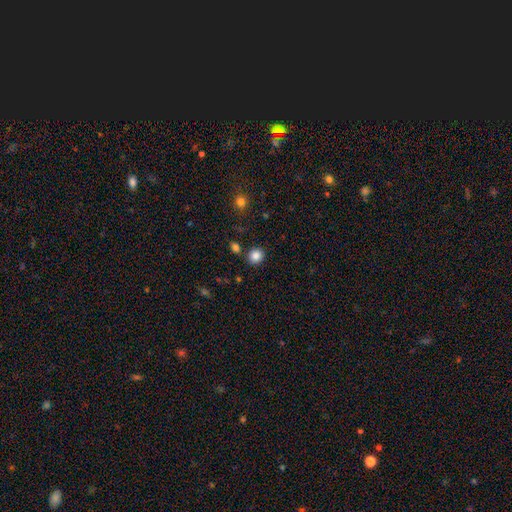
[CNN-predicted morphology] smooth-or-featured: smooth: 86% | star or artifact: 10% | featured or disk: 4%
  how-rounded: round: 79% | in between: 20% | cigar-shaped: 1%
  merging: none: 86% | minor disturbance: 7% | merger: 5% | major disturbance: 2%